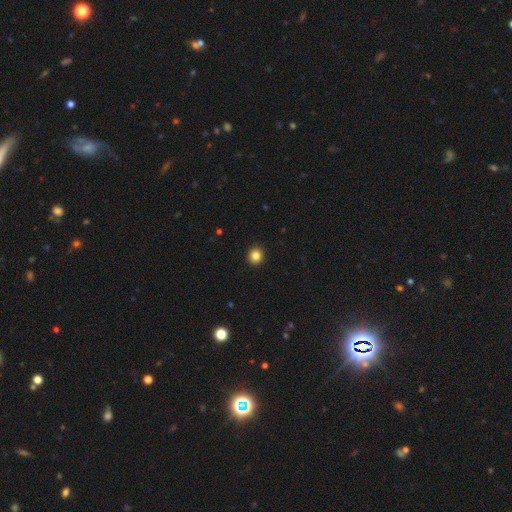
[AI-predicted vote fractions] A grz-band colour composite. It shows a smooth galaxy with no disk features (84%) that is round (90%). Merging: none (93%).